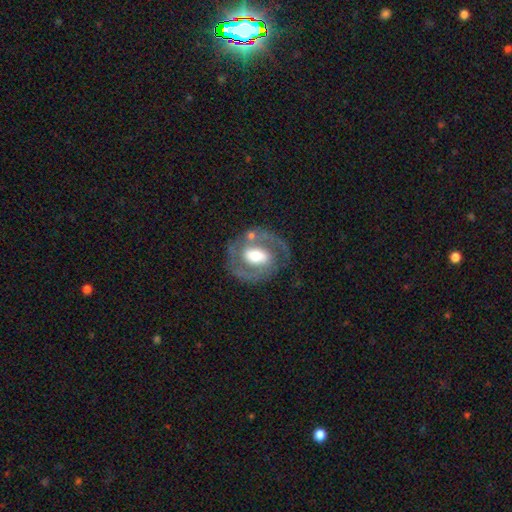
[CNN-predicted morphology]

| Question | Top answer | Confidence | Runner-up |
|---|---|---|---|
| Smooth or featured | featured or disk | 78% | smooth (17%) |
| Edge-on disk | no | 97% | yes (3%) |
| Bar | weak | 38% | no (32%) |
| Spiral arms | yes | 82% | no (18%) |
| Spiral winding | medium | 46% | tight (39%) |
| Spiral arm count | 2 | 84% | can't tell (7%) |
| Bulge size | moderate | 49% | large (34%) |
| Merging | none | 74% | minor disturbance (14%) |